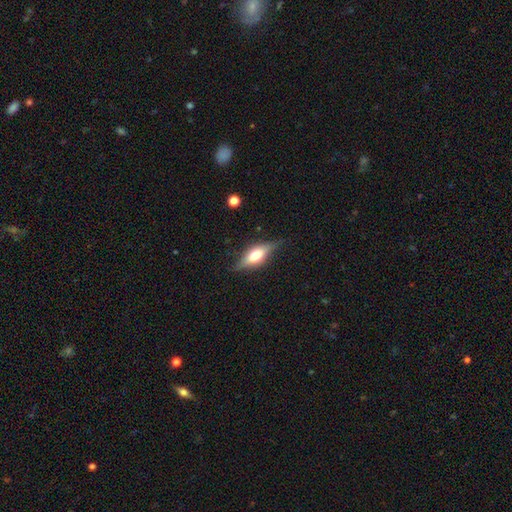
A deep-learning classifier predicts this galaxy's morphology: The model was most divided on "smooth or featured": featured or disk: 54%, smooth: 39%, star or artifact: 7%. More confident: edge-on disk — yes (90%); merging — none (77%).